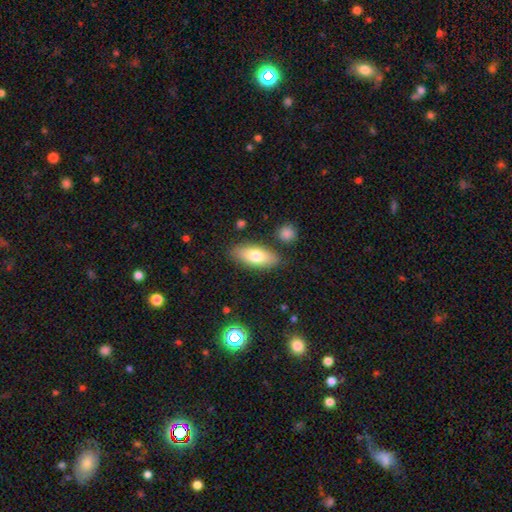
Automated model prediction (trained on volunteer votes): Smooth or featured? Predicted: smooth (p=0.74). How rounded? Predicted: in between (p=0.80). Merging? Predicted: none (p=0.83).